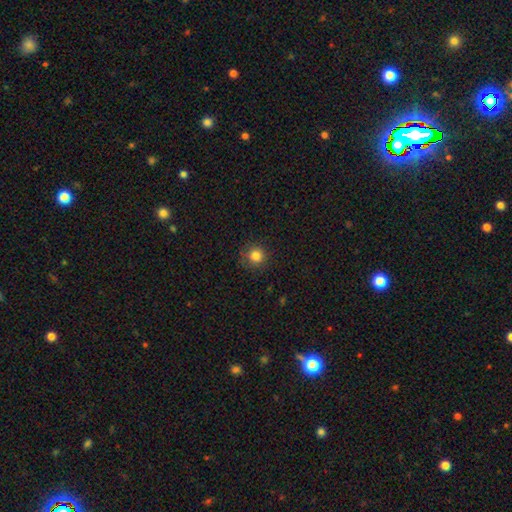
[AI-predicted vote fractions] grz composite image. It shows a smooth galaxy with no disk features (83%) that is round (94%). Merging: none (85%).